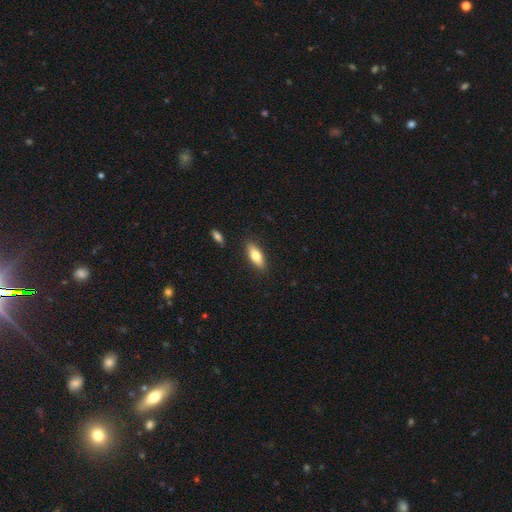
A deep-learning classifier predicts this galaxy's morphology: This is likely a smooth galaxy (71%). How rounded: likely in between (66%). Merging: clearly none (87%).